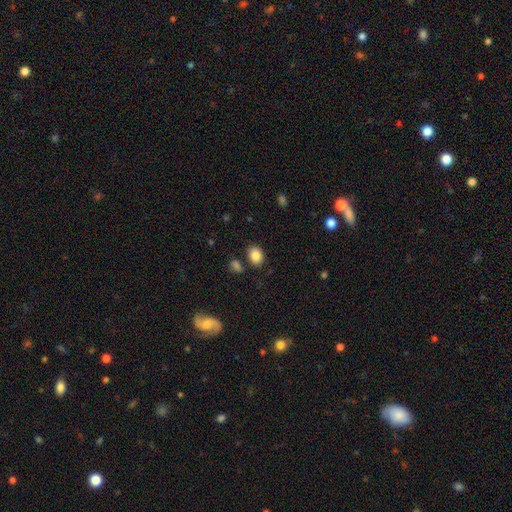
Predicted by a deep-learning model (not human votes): This appears to be a smooth galaxy with no disk features (85%) that is in between round and cigar-shaped (58%). Merging: none (79%).